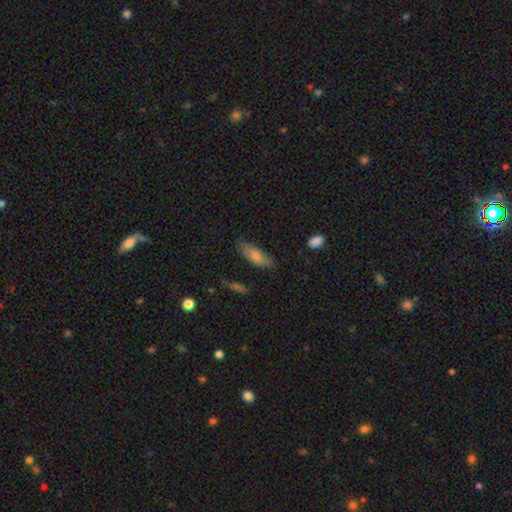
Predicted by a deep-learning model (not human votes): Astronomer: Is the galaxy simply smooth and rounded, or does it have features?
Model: smooth — 69%.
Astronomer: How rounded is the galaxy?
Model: in between — 59% (runner-up: cigar-shaped, 38%).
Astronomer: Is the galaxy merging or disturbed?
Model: none — 74%.